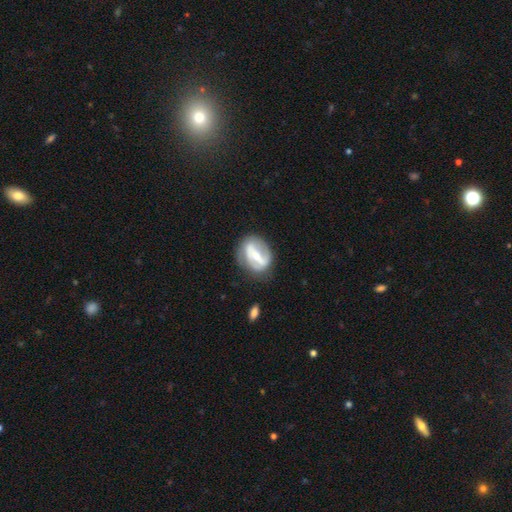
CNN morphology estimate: This is likely a featured or disk galaxy (72%). It is clearly not viewed edge-on (95%). Bar: likely strong (63%). Spiral arm pattern: likely yes (67%). Central bulge: possibly small (48%). Merging: likely none (65%).